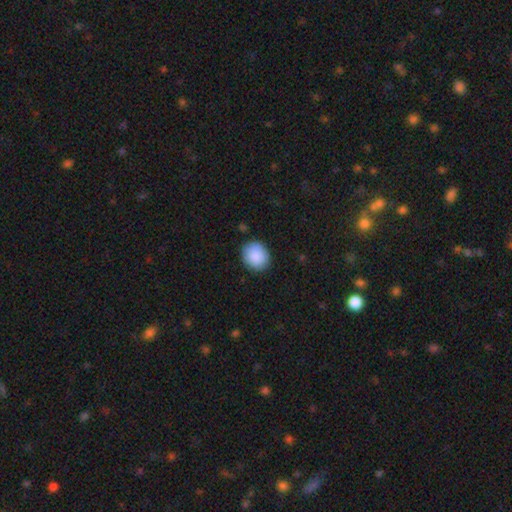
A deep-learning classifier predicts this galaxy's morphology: This is clearly a smooth galaxy (89%). How rounded: likely round (70%). Merging: clearly none (86%).